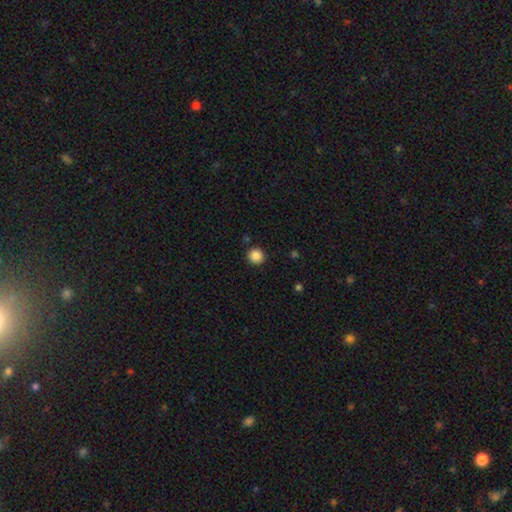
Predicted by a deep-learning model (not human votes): smooth 87%, star or artifact 10%, featured or disk 3%. Down the decision tree: how rounded — round (91%); merging — none (90%).